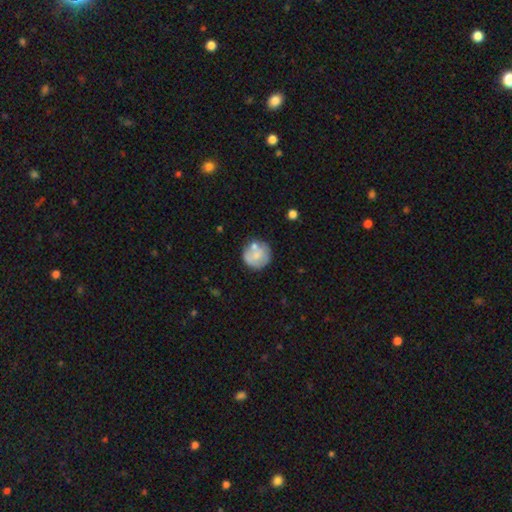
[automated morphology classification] A smooth galaxy with no disk features (60%) that is round (91%). Merging: none (60%).